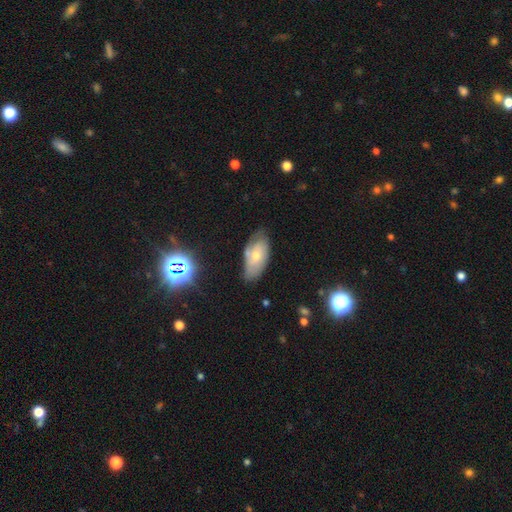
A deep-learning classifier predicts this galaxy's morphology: A featured or disk galaxy (46%). Merging: none (57%).